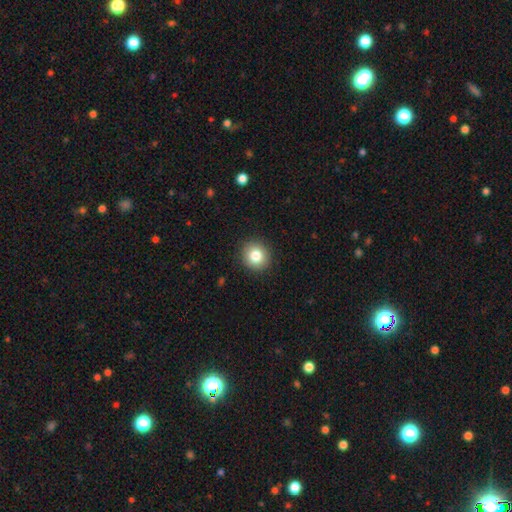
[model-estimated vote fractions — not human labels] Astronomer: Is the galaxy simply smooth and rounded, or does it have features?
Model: smooth — 82%.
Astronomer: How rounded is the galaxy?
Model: round — 89%.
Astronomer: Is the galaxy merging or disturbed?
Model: none — 91%.